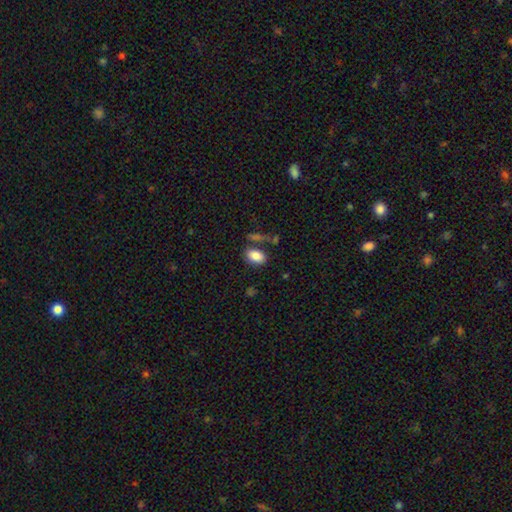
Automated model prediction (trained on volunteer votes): smooth 85%, star or artifact 8%, featured or disk 7%. Down the decision tree: how rounded — in between (89%); merging — none (71%).